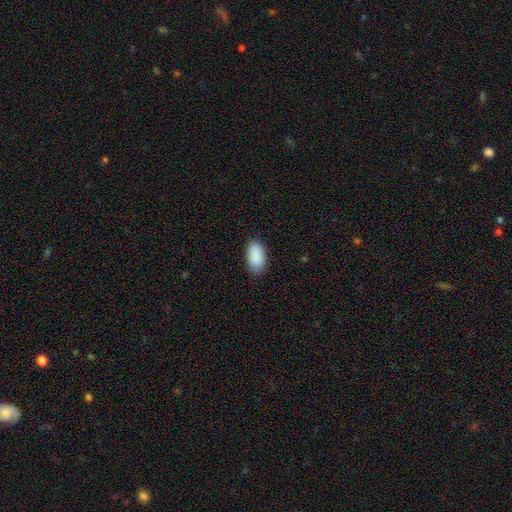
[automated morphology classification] A smooth galaxy with no disk features (91%) that is in between round and cigar-shaped (95%). Merging: none (86%).